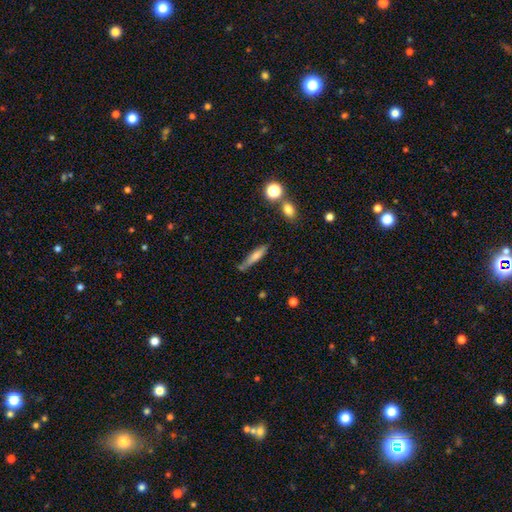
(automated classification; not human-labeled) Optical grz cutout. It shows a smooth galaxy with no disk features (60%) that is cigar-shaped (85%). Merging: none (69%).